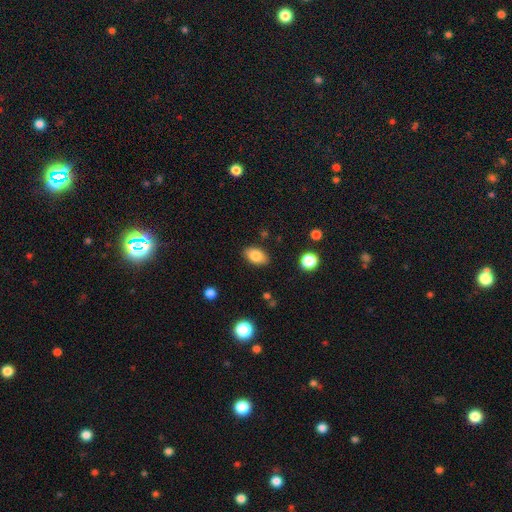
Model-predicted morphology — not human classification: smooth-or-featured: smooth: 84% | featured or disk: 8% | star or artifact: 8%
  how-rounded: in between: 90% | round: 8% | cigar-shaped: 2%
  merging: none: 86% | minor disturbance: 10% | major disturbance: 2% | merger: 1%